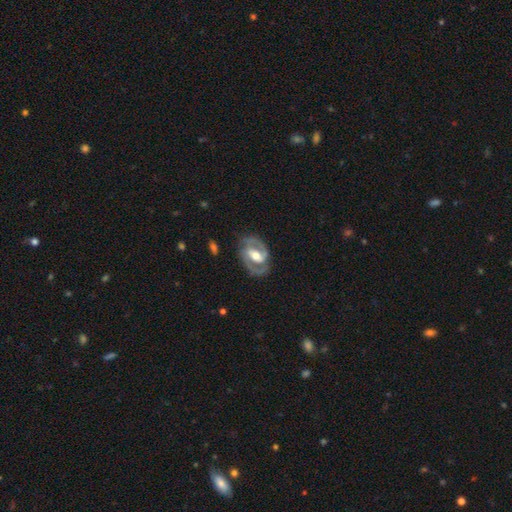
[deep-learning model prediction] Smooth or featured?
  - featured or disk: 84% *
  - smooth: 12%
  - star or artifact: 4%
Edge-on disk?
  - no: 96% *
  - yes: 4%
Bar?
  - strong: 43% *
  - weak: 37%
  - no: 20%
Spiral arms?
  - yes: 88% *
  - no: 12%
Spiral winding?
  - medium: 49% *
  - tight: 38%
  - loose: 13%
Spiral arm count?
  - 2: 87% *
  - can't tell: 6%
  - 1: 4%
  - 3: 2%
  - 4: 1%
  - more than 4: 1%
Bulge size?
  - moderate: 68% *
  - small: 16%
  - large: 14%
  - none: 1%
  - dominant: 1%
Merging?
  - none: 76% *
  - minor disturbance: 16%
  - major disturbance: 7%
  - merger: 2%